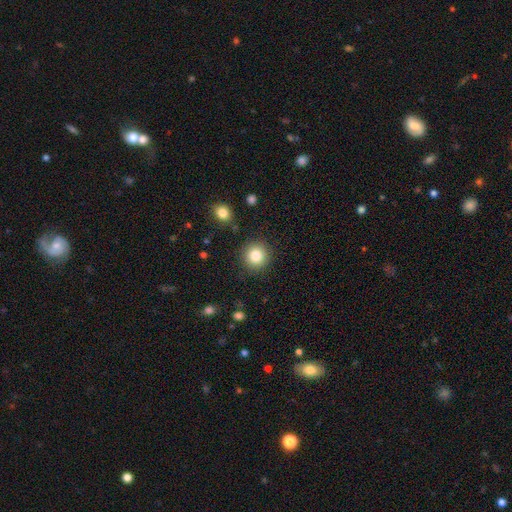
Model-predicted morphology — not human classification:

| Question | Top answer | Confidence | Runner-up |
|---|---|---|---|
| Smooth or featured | smooth | 83% | star or artifact (10%) |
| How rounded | round | 93% | in between (6%) |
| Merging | none | 88% | minor disturbance (7%) |